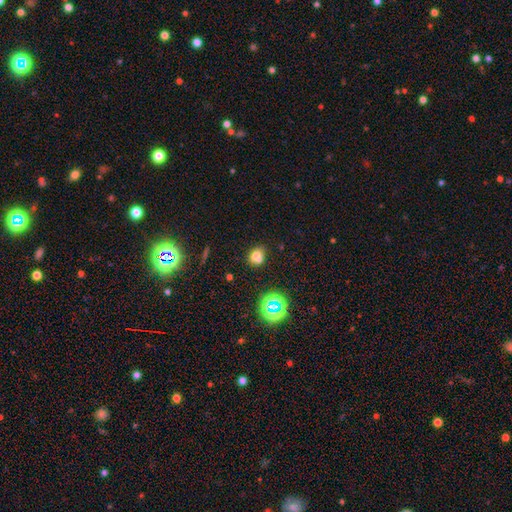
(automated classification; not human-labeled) This appears to be a smooth galaxy with no disk features (65%) that is round (60%). Merging: none (43%).